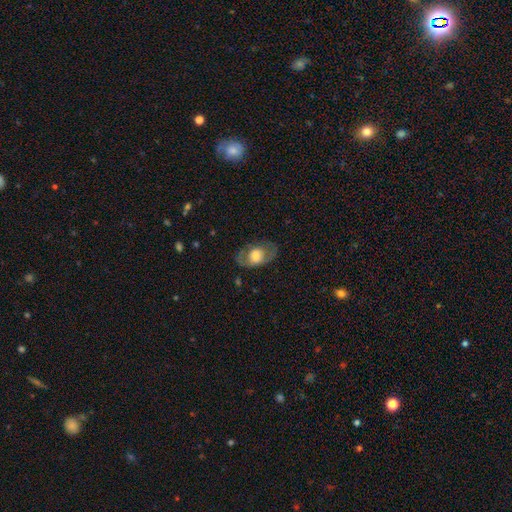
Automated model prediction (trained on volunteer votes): smooth-or-featured: smooth: 50% | featured or disk: 44% | star or artifact: 7%
  merging: none: 70% | minor disturbance: 18% | major disturbance: 11% | merger: 1%